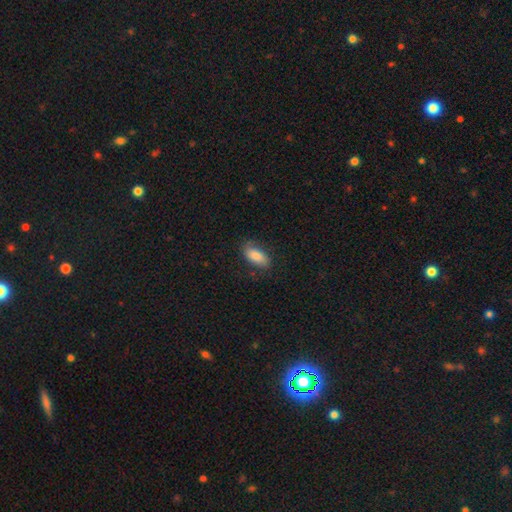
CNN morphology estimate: Smooth or featured: smooth — 81% (featured or disk — 13%)
How rounded: in between — 89% (cigar-shaped — 8%)
Merging: none — 76% (minor disturbance — 18%)